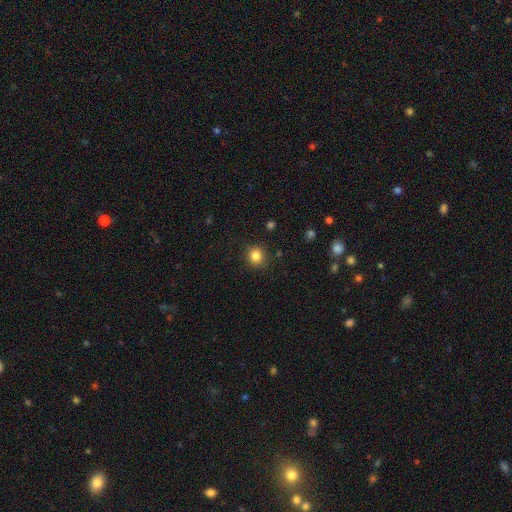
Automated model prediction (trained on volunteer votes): The model was most divided on "smooth or featured": smooth: 84%, star or artifact: 12%, featured or disk: 5%. More confident: merging — none (88%); how rounded — round (88%).